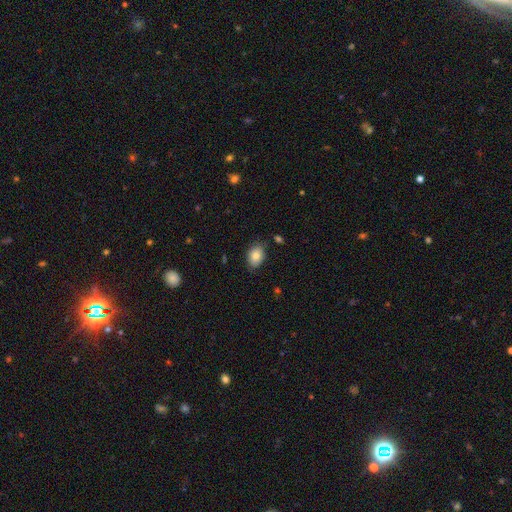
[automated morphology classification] Overall: smooth (81%). How rounded: in between (83%). Merging: none (81%).